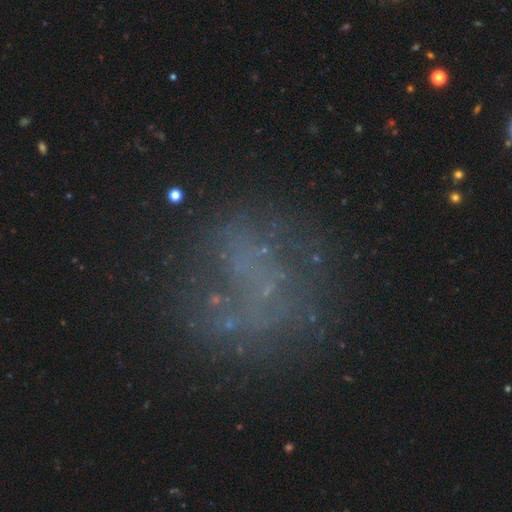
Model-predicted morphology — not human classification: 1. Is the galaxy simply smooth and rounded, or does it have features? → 46% featured or disk, 28% smooth, 26% star or artifact.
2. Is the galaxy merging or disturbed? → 63% none, 17% major disturbance, 15% minor disturbance, 5% merger.